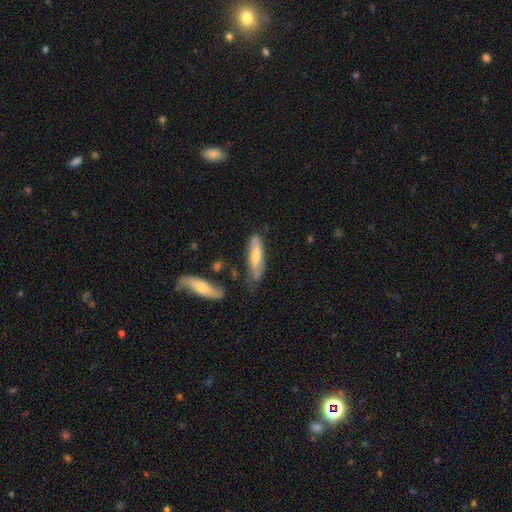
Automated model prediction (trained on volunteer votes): A smooth galaxy with no disk features (48%).

Vote fractions:
- Smooth or featured? smooth: 48% / featured or disk: 46% / star or artifact: 6%
- Merging? none: 57% / minor disturbance: 27% / major disturbance: 10% / merger: 6%